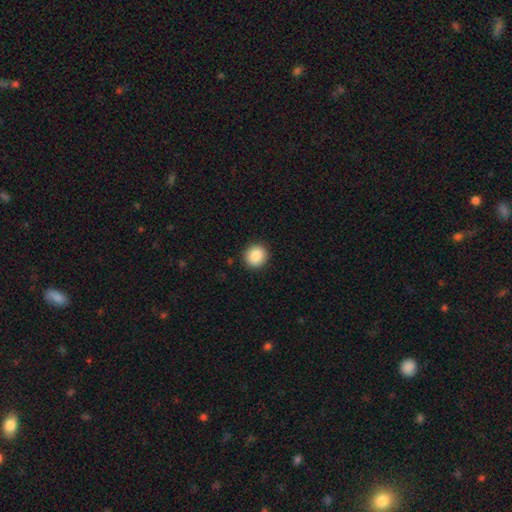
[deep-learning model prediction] Morphology: type=smooth (89%); roundness=round (90%); merging=none (92%).